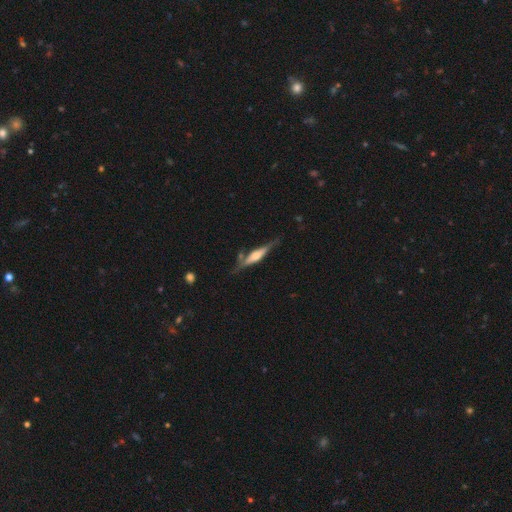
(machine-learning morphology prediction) This appears to be a featured or disk galaxy (65%) viewed edge-on (94%) with a rounded central bulge (65%). Merging: none (70%).